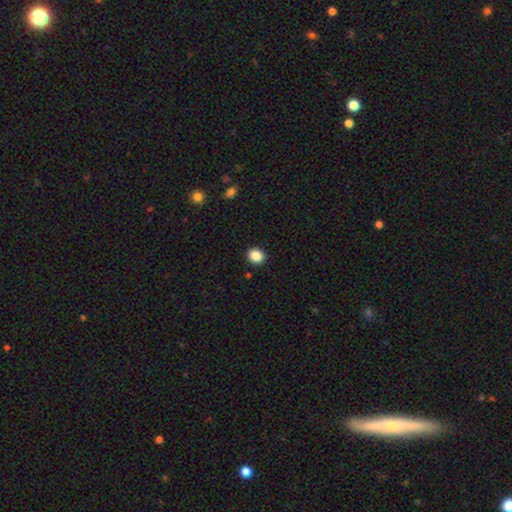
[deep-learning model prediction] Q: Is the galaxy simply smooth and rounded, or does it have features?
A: smooth — 87%.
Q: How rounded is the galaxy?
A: round — 65%.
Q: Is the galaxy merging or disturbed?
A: none — 91%.